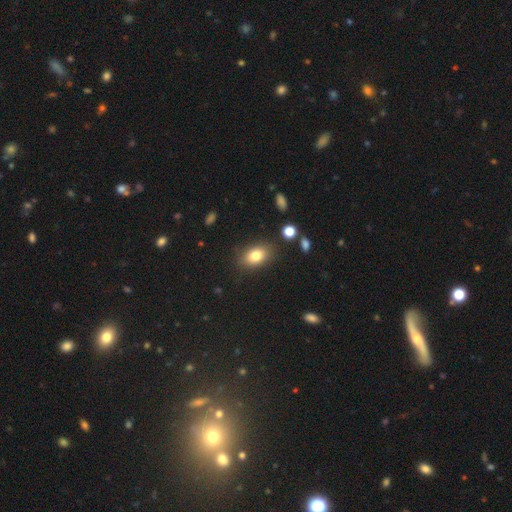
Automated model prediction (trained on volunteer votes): This appears to be a smooth galaxy with no disk features (81%) that is in between round and cigar-shaped (81%). Merging: none (82%).